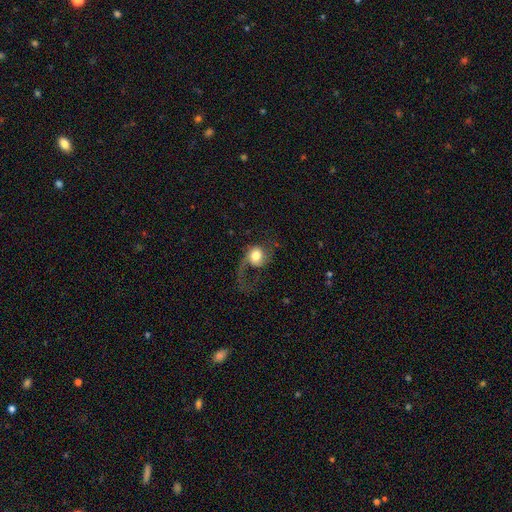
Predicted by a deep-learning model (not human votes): Smooth or featured?
  - featured or disk: 50% *
  - smooth: 42%
  - star or artifact: 8%
Merging?
  - major disturbance: 45% *
  - none: 36%
  - minor disturbance: 16%
  - merger: 3%